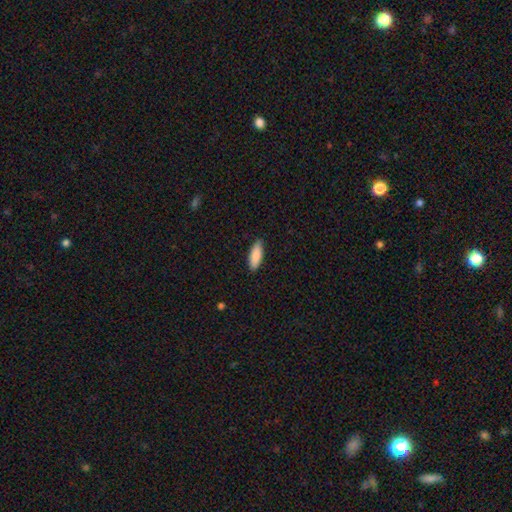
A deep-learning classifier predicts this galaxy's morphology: Q: Smooth or featured?
A: smooth (88%); runner-up: featured or disk (7%)
Q: How rounded?
A: in between (64%); runner-up: cigar-shaped (35%)
Q: Merging?
A: none (89%); runner-up: minor disturbance (9%)